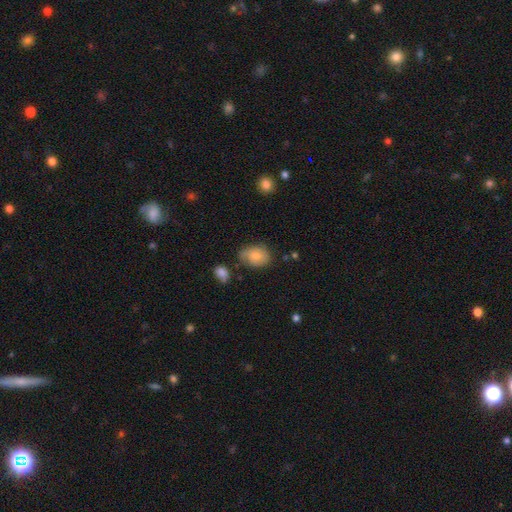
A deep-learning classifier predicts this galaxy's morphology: A smooth galaxy with no disk features (72%) that is in between round and cigar-shaped (67%). Merging: none (57%).